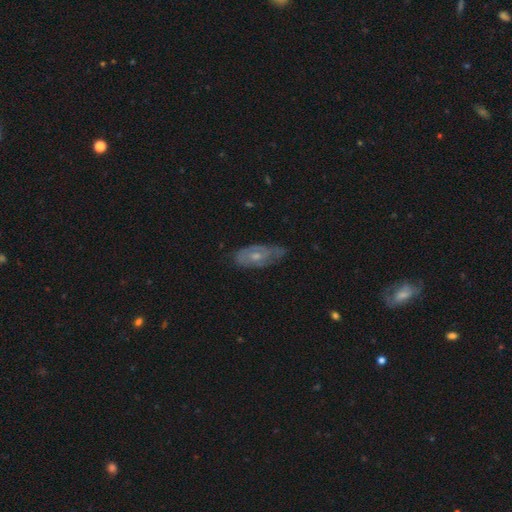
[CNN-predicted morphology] Smooth or featured?
  - featured or disk: 67% *
  - smooth: 26%
  - star or artifact: 7%
Edge-on disk?
  - no: 89% *
  - yes: 11%
Bar?
  - no: 68% *
  - weak: 27%
  - strong: 5%
Spiral arms?
  - yes: 72% *
  - no: 28%
Bulge size?
  - moderate: 49% *
  - small: 45%
  - none: 3%
  - large: 2%
  - dominant: 1%
Merging?
  - none: 62% *
  - minor disturbance: 29%
  - major disturbance: 8%
  - merger: 2%